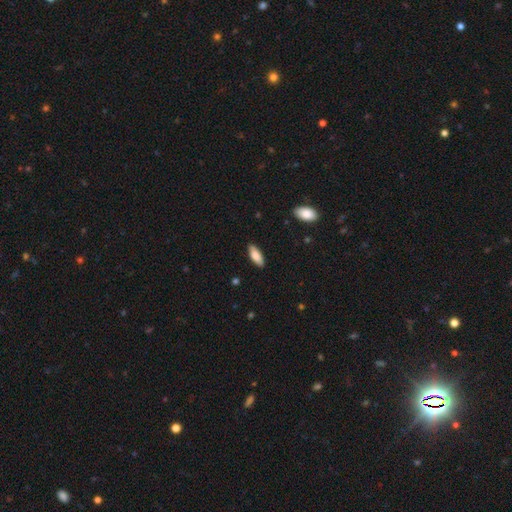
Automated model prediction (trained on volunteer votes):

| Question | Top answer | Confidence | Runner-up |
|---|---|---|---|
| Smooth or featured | smooth | 83% | featured or disk (11%) |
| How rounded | in between | 71% | cigar-shaped (28%) |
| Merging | none | 87% | minor disturbance (10%) |